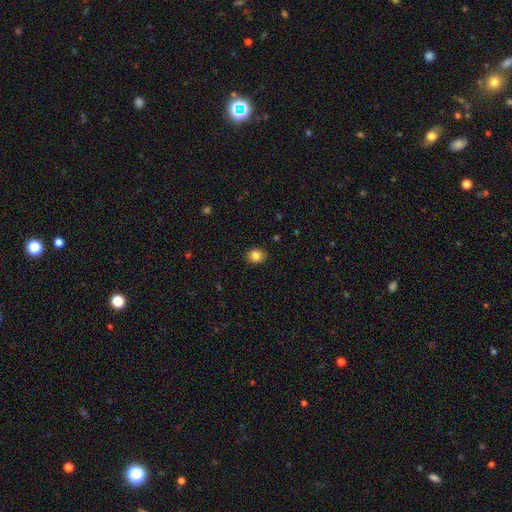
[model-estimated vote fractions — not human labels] smooth_or_featured: smooth (p=0.84) [alt: star or artifact p=0.10]
how_rounded: round (p=0.60) [alt: in between p=0.39]
merging: none (p=0.89) [alt: minor disturbance p=0.08]